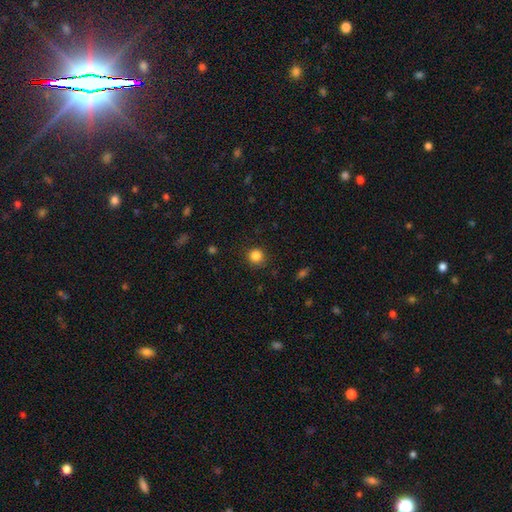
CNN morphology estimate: This is clearly a smooth galaxy (85%). How rounded: clearly round (92%). Merging: clearly none (89%).